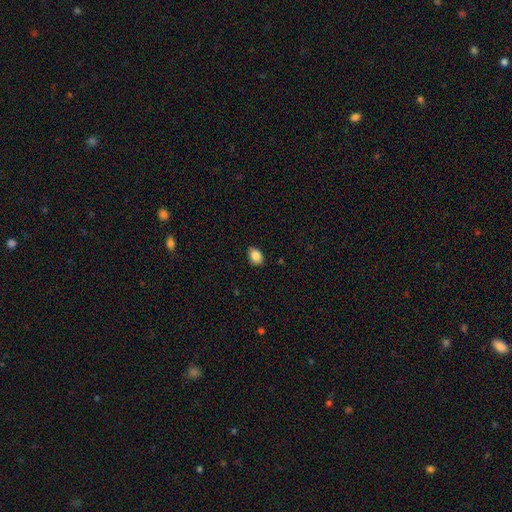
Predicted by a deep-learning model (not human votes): smooth 87%, star or artifact 8%, featured or disk 5%. Down the decision tree: how rounded — in between (81%); merging — none (85%).